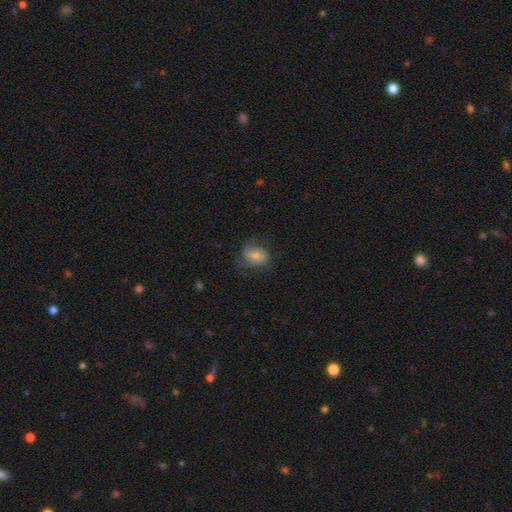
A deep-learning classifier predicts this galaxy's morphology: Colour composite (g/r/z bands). It shows a smooth galaxy with no disk features (62%) that is in between round and cigar-shaped (68%). Merging: none (59%).